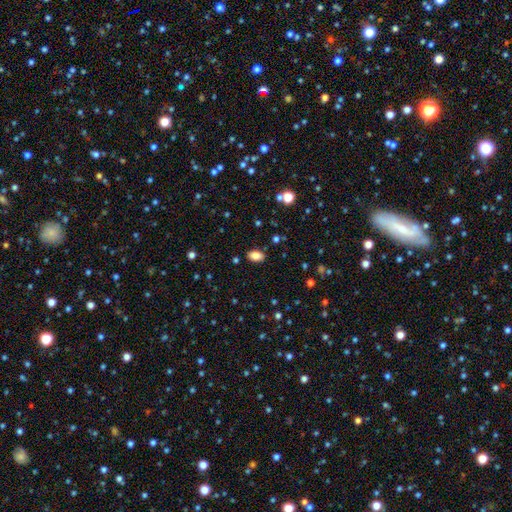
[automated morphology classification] The model was most divided on "smooth or featured": smooth: 84%, star or artifact: 10%, featured or disk: 6%. More confident: how rounded — in between (89%); merging — none (87%).